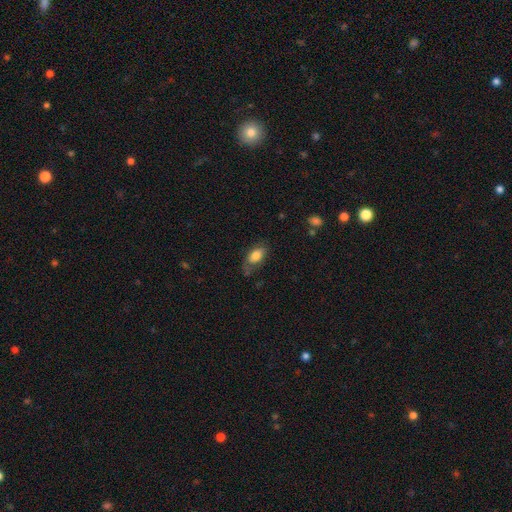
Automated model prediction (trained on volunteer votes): Overall: smooth (76%). How rounded: in between (91%). Merging: none (60%; minor disturbance 26%).